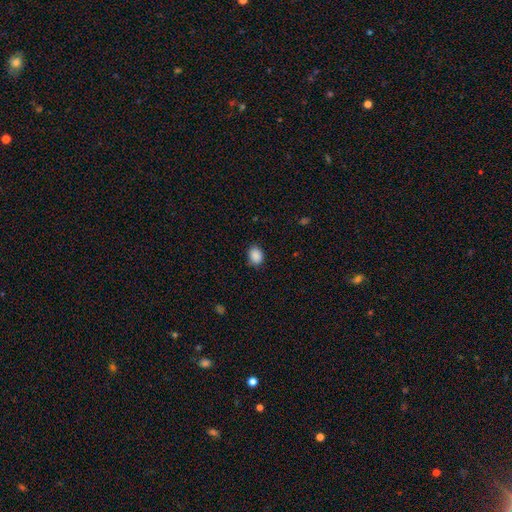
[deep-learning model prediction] A smooth galaxy with no disk features (89%) that is in between round and cigar-shaped (59%). Merging: none (83%).